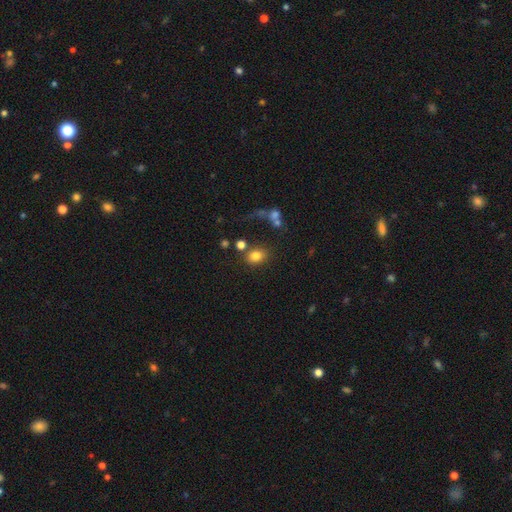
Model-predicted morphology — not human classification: smooth-or-featured: smooth: 80% | star or artifact: 12% | featured or disk: 8%
  how-rounded: in between: 54% | round: 44% | cigar-shaped: 1%
  merging: none: 70% | minor disturbance: 12% | merger: 11% | major disturbance: 7%